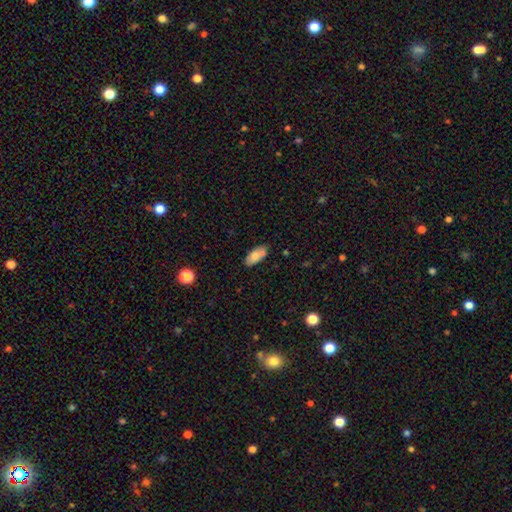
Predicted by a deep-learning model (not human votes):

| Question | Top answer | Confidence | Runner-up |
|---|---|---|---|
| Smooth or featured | smooth | 76% | featured or disk (17%) |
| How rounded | in between | 89% | cigar-shaped (8%) |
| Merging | none | 68% | minor disturbance (18%) |